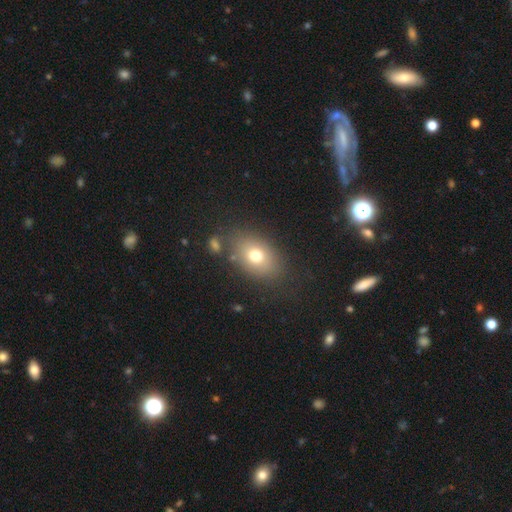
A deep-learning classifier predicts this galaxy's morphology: This is likely a smooth galaxy (73%). How rounded: likely in between (74%). Merging: likely none (76%).